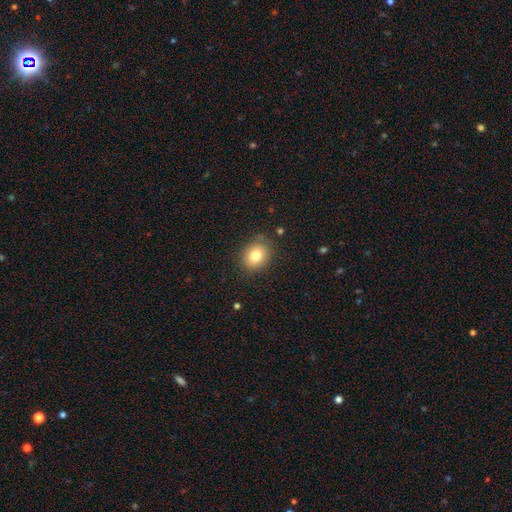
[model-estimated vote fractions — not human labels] This appears to be a smooth galaxy with no disk features (79%) that is round (59%). Merging: none (85%).